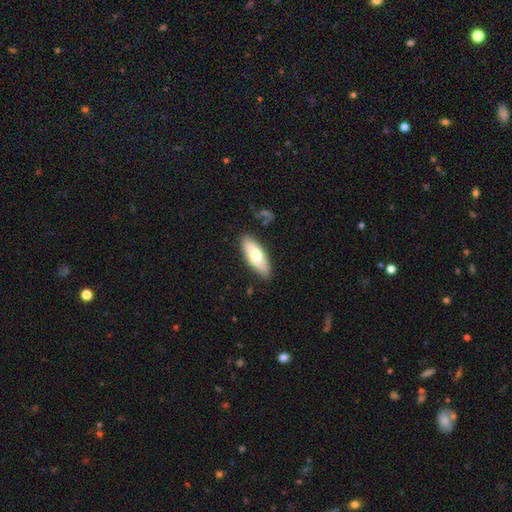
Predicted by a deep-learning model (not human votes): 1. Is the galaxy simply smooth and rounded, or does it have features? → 66% smooth, 29% featured or disk, 5% star or artifact.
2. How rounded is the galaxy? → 76% in between, 22% cigar-shaped, 2% round.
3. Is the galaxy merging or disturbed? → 85% none, 11% minor disturbance, 2% major disturbance, 2% merger.